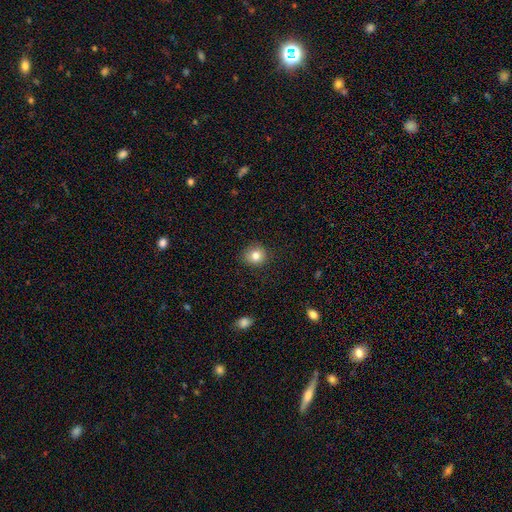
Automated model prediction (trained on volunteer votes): Smooth or featured? Predicted: smooth (p=0.81). How rounded? Predicted: round (p=0.86). Merging? Predicted: none (p=0.85).